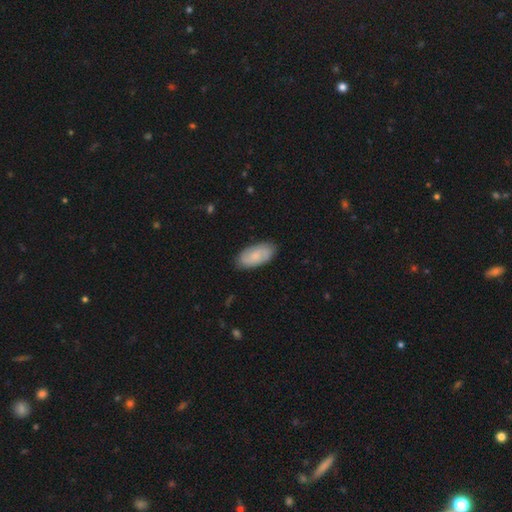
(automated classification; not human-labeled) Smooth or featured: smooth — 63% (featured or disk — 31%)
How rounded: in between — 91% (cigar-shaped — 6%)
Merging: none — 85% (minor disturbance — 12%)